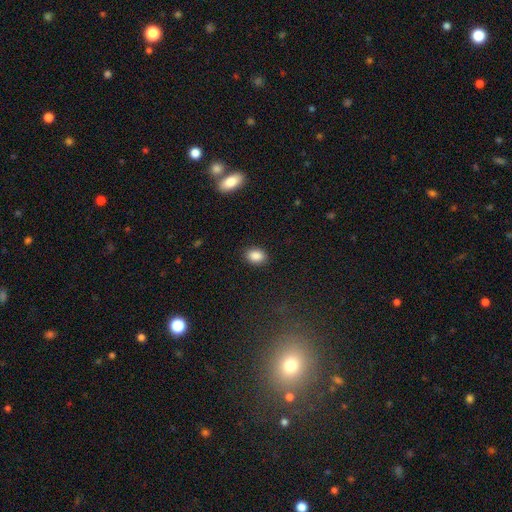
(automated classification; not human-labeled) Smooth or featured: smooth — 88% (star or artifact — 8%)
How rounded: in between — 69% (round — 30%)
Merging: none — 88% (minor disturbance — 8%)